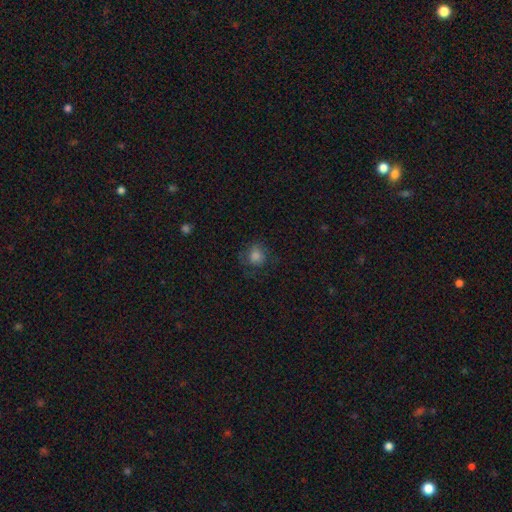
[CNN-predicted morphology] smooth_or_featured: smooth (p=0.74) [alt: star or artifact p=0.14]
how_rounded: round (p=0.82) [alt: in between p=0.17]
merging: none (p=0.68) [alt: minor disturbance p=0.19]